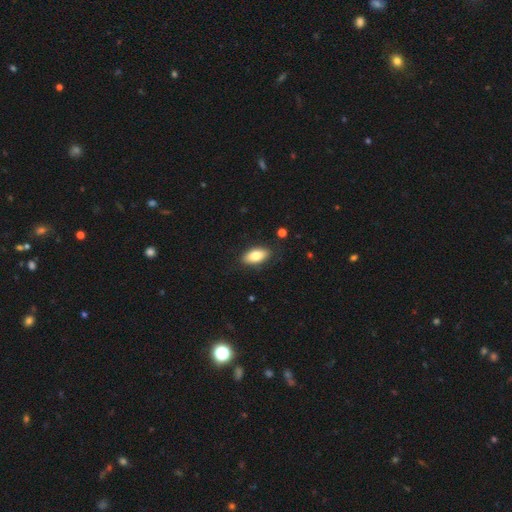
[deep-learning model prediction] Morphology: type=smooth (81%); roundness=in between (90%); merging=none (85%).